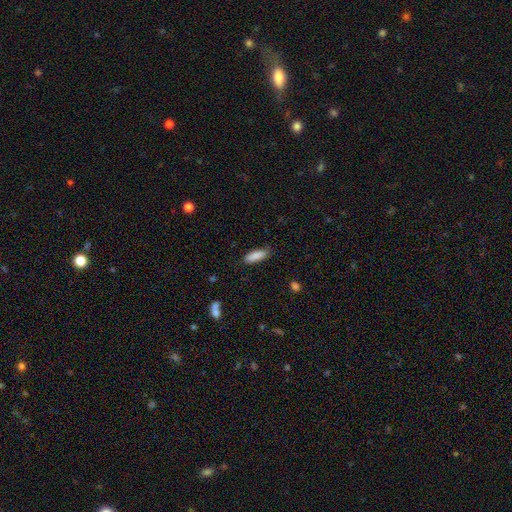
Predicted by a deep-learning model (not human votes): Q: Smooth or featured?
A: smooth (87%); runner-up: featured or disk (7%)
Q: How rounded?
A: in between (55%); runner-up: cigar-shaped (44%)
Q: Merging?
A: none (82%); runner-up: minor disturbance (14%)